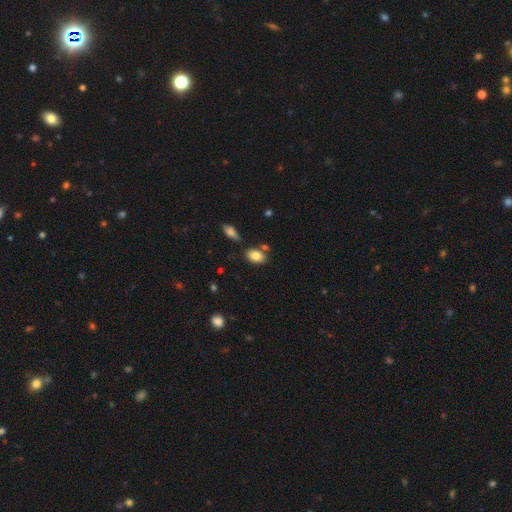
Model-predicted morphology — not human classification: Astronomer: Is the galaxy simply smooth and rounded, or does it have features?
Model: smooth — 84%.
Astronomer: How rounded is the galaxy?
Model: in between — 85%.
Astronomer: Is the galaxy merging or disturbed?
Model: none — 73%.